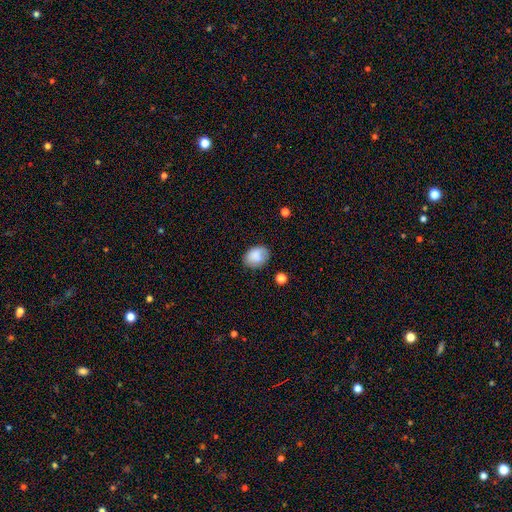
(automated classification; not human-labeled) smooth_or_featured: smooth (p=0.81) [alt: featured or disk p=0.10]
how_rounded: in between (p=0.71) [alt: round p=0.28]
merging: none (p=0.73) [alt: minor disturbance p=0.19]